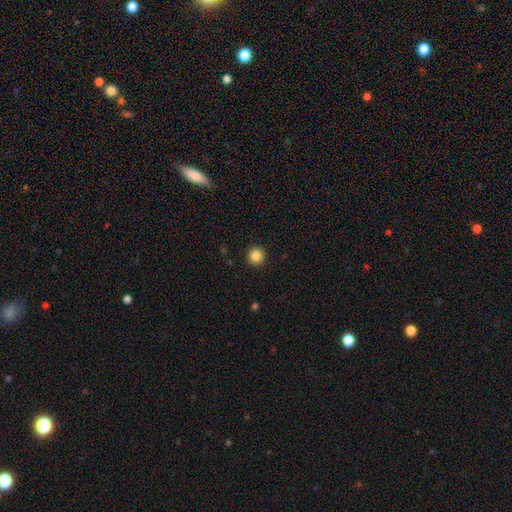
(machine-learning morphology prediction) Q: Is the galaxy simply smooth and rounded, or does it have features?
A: smooth — 85%.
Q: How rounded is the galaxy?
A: round — 95%.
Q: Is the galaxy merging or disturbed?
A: none — 93%.